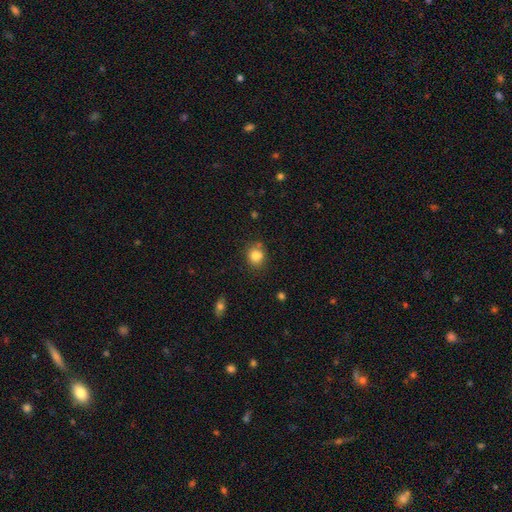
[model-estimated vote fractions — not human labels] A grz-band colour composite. It shows a smooth galaxy with no disk features (83%) that is round (73%). Merging: none (70%).